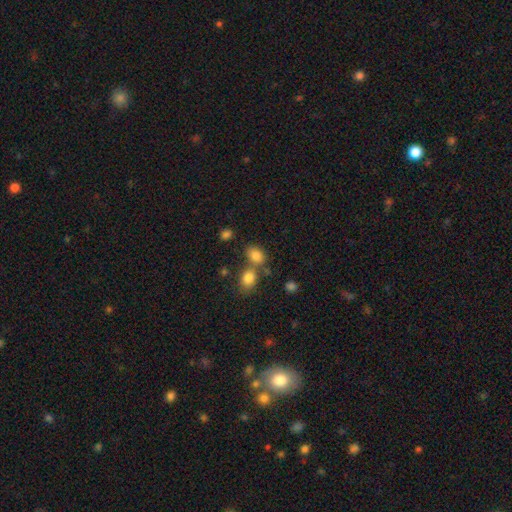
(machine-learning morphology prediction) Q: Smooth or featured?
A: smooth (82%); runner-up: star or artifact (11%)
Q: How rounded?
A: in between (74%); runner-up: round (25%)
Q: Merging?
A: none (51%); runner-up: merger (34%)